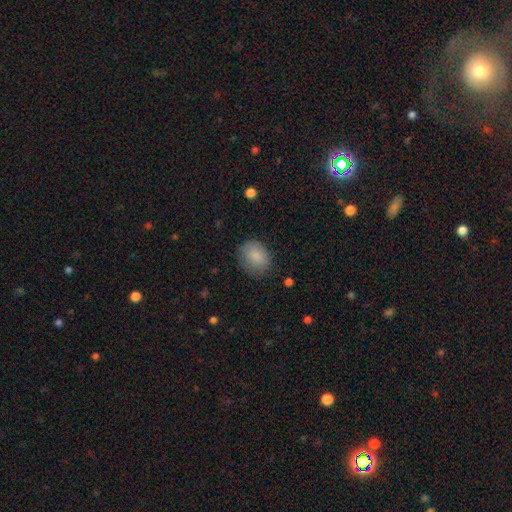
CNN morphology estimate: smooth 85%, featured or disk 7%, star or artifact 7%. Down the decision tree: how rounded — in between (57%); merging — none (75%).